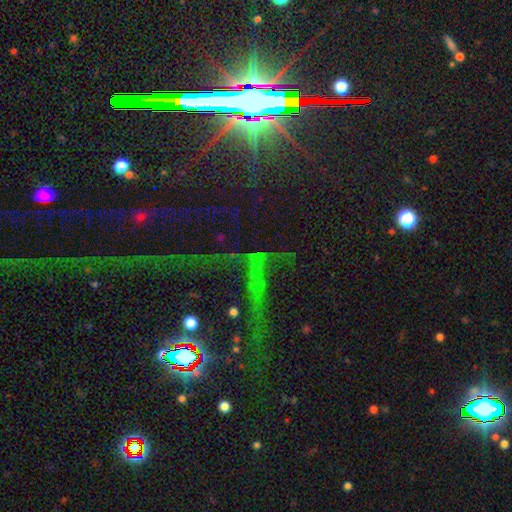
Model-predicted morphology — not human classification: smooth-or-featured: star or artifact: 71% | smooth: 16% | featured or disk: 13%